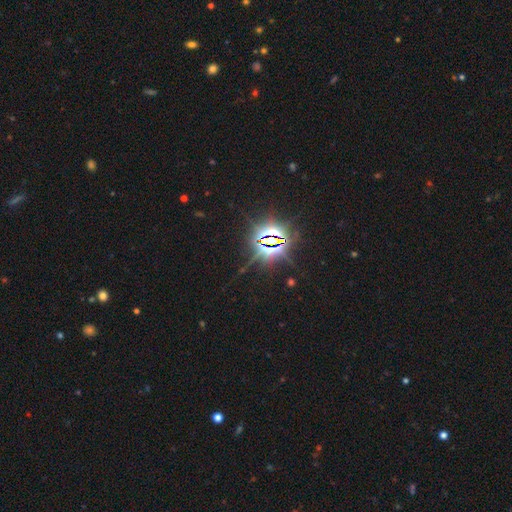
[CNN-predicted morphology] Smooth or featured? Predicted: star or artifact (p=0.86).